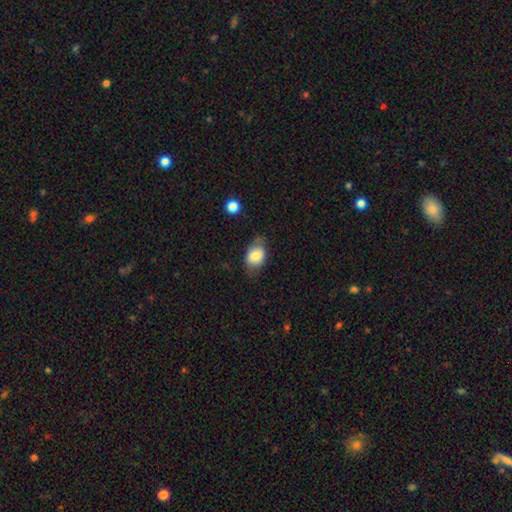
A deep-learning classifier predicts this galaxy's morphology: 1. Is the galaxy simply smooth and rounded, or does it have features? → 75% smooth, 17% featured or disk, 8% star or artifact.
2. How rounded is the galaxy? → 73% in between, 26% round, 1% cigar-shaped.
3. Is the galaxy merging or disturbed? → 63% none, 26% minor disturbance, 9% major disturbance, 2% merger.